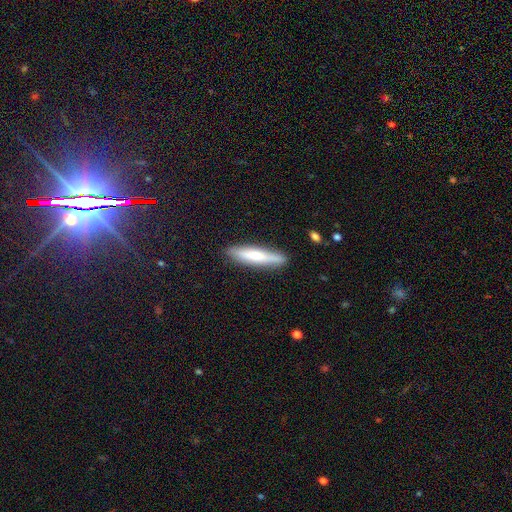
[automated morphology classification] smooth 66%, featured or disk 28%, star or artifact 6%. Down the decision tree: how rounded — cigar-shaped (85%); merging — none (86%).